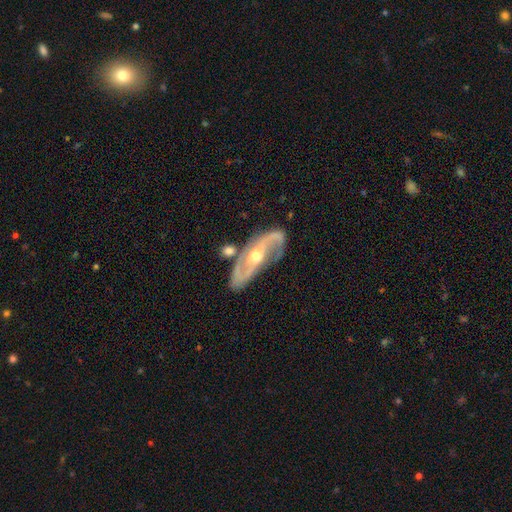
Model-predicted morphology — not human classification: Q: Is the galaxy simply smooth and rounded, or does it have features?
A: featured or disk — 87%.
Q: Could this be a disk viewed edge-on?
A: no — 91%.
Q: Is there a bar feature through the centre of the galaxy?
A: no — 51%.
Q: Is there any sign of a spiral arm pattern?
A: yes — 93%.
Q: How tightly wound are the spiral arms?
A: medium — 46%.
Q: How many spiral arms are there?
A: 2 — 83%.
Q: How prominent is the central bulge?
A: moderate — 71%.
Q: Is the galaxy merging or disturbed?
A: none — 66%.